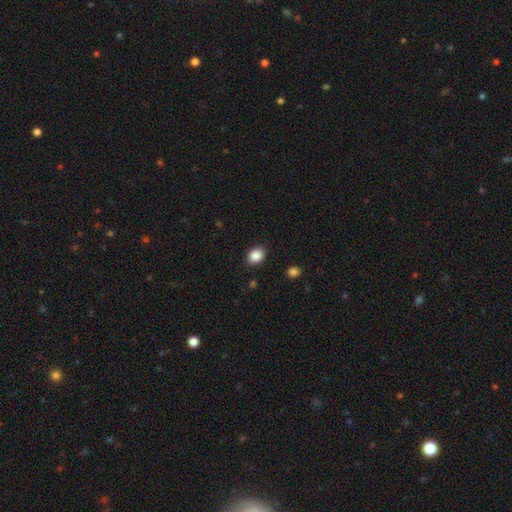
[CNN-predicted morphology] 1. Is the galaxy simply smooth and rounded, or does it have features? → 88% smooth, 9% star or artifact, 3% featured or disk.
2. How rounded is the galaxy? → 59% in between, 40% round, 1% cigar-shaped.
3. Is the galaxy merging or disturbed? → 88% none, 9% minor disturbance, 2% major disturbance, 1% merger.